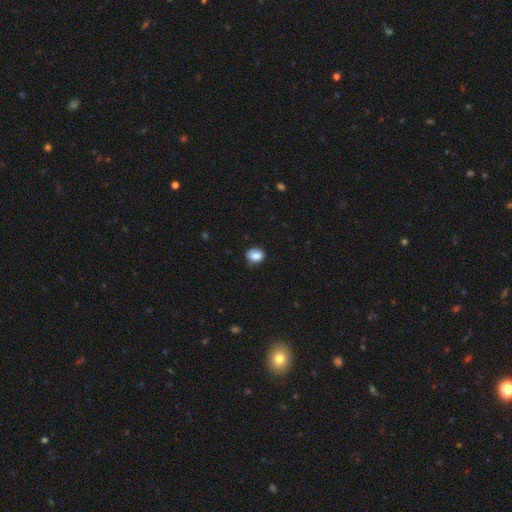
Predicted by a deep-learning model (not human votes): Smooth or featured? smooth (85%)
How rounded? in between (56%)
Merging? none (67%)